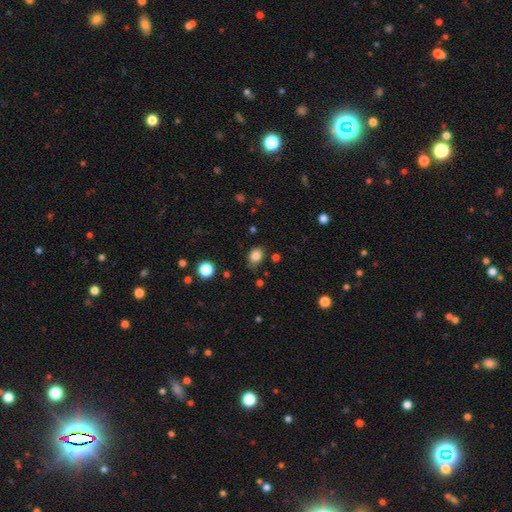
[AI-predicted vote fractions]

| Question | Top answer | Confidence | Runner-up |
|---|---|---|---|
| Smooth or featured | smooth | 84% | star or artifact (10%) |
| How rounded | in between | 66% | round (33%) |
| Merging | none | 74% | minor disturbance (20%) |